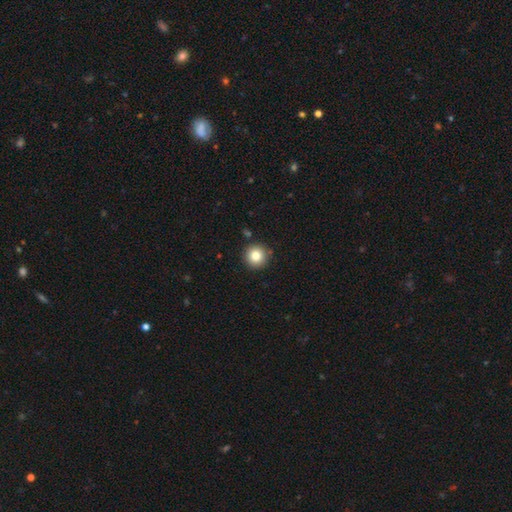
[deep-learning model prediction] Smooth or featured? Predicted: smooth (p=0.82). How rounded? Predicted: round (p=0.96). Merging? Predicted: none (p=0.89).